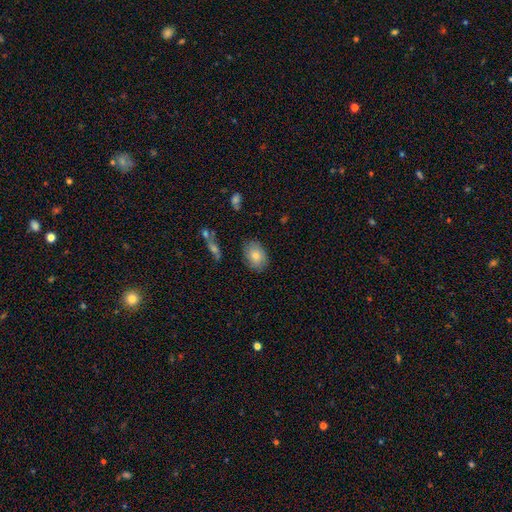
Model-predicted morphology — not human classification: This appears to be a smooth galaxy with no disk features (78%) that is in between round and cigar-shaped (79%). Merging: none (80%).